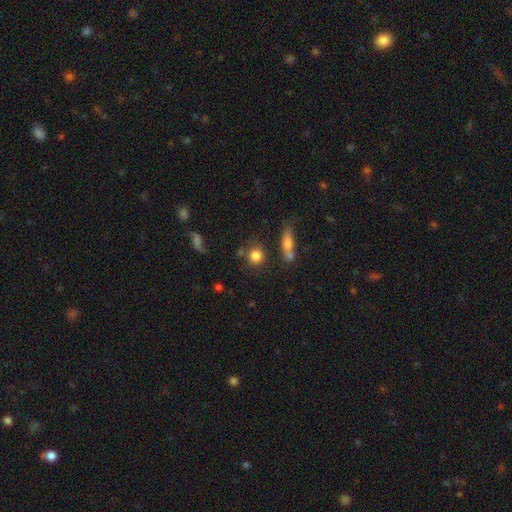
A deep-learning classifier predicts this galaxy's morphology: Overall: smooth (81%). How rounded: round (83%). Merging: none (73%).